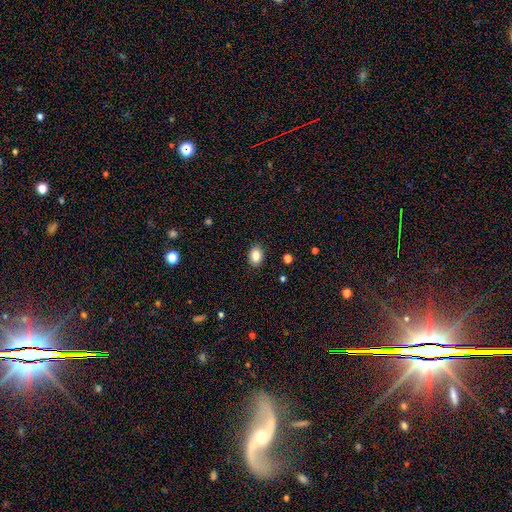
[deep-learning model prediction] Overall: smooth (84%). How rounded: in between (69%; round 30%). Merging: none (89%).